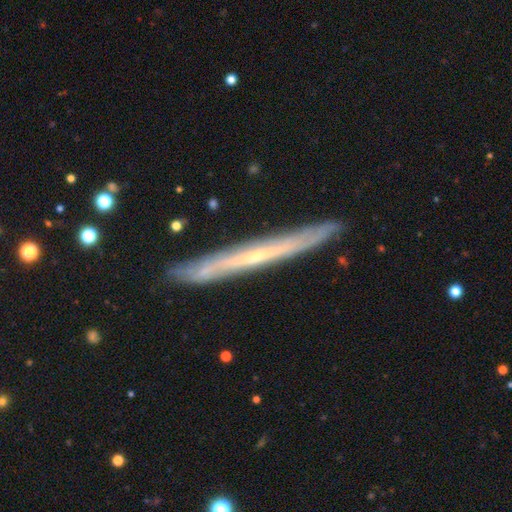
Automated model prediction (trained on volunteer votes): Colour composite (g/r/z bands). It shows a featured or disk galaxy (71%) viewed edge-on (91%) with no central bulge (61%). Merging: none (87%).